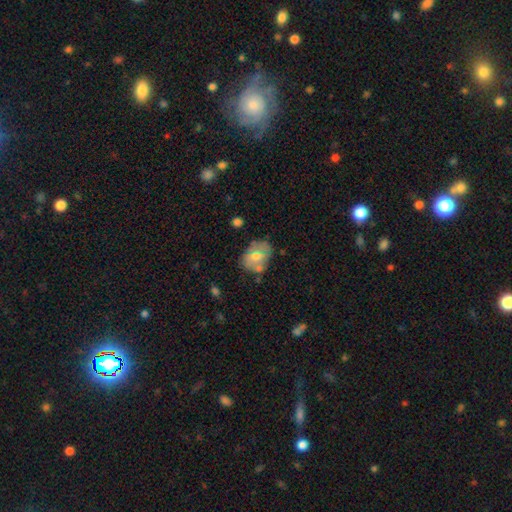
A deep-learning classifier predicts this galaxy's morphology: smooth_or_featured: smooth (p=0.63) [alt: featured or disk p=0.29]
how_rounded: in between (p=0.67) [alt: round p=0.32]
merging: none (p=0.60) [alt: minor disturbance p=0.22]